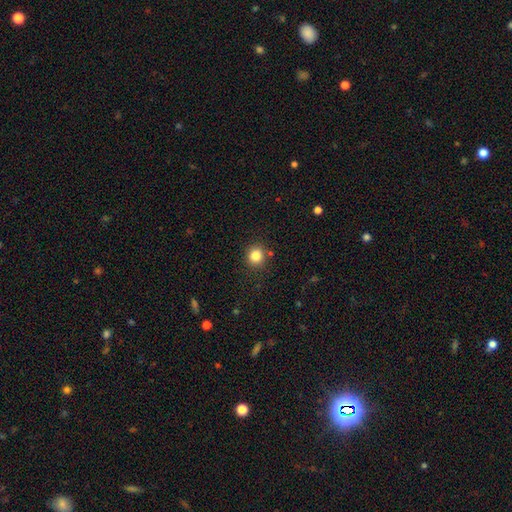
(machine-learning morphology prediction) This appears to be a smooth galaxy with no disk features (83%) that is round (88%). Merging: none (86%).